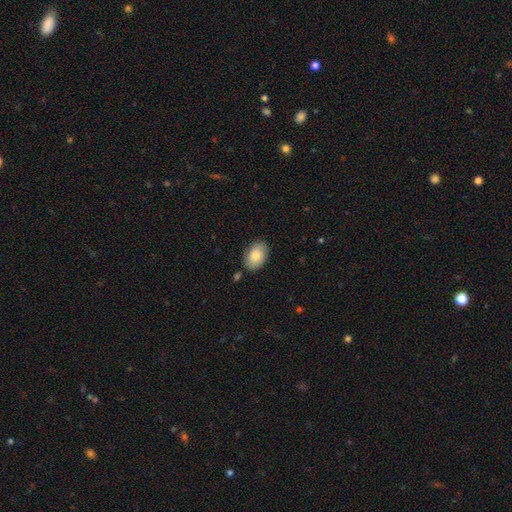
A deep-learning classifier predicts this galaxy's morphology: Smooth or featured? smooth (84%)
How rounded? in between (88%)
Merging? none (81%)